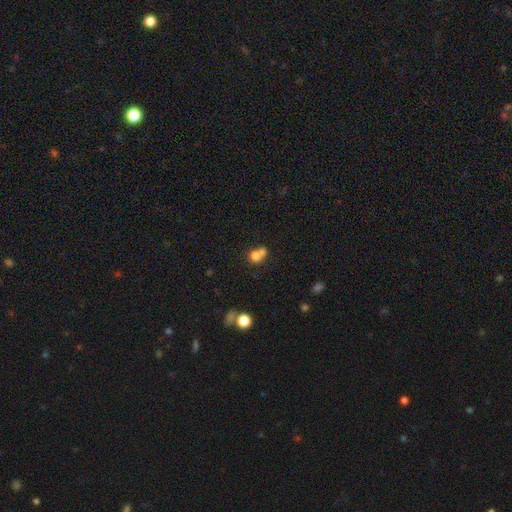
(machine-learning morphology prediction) This is likely a smooth galaxy (74%). How rounded: likely round (77%). Merging: possibly merger (58%).